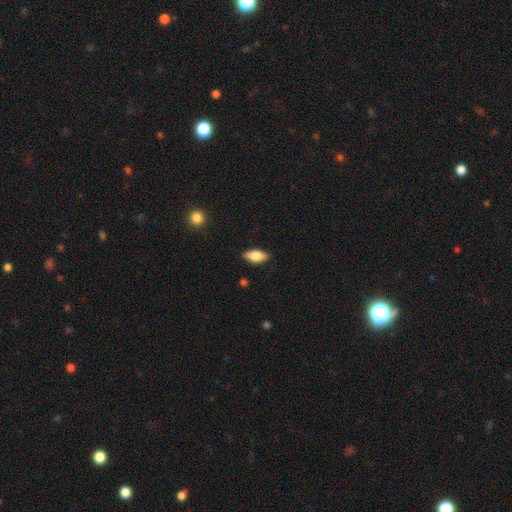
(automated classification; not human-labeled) Smooth or featured? smooth (77%)
How rounded? in between (87%)
Merging? none (88%)